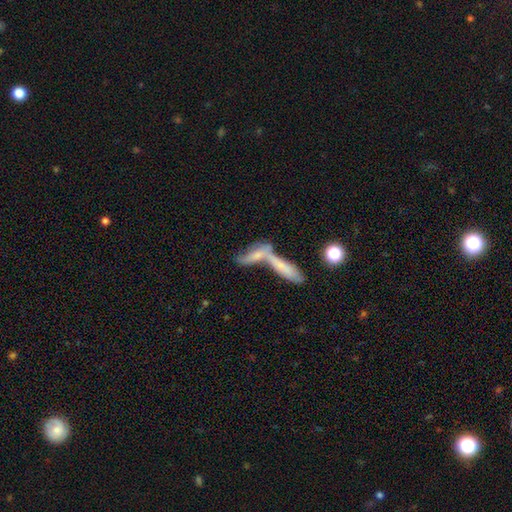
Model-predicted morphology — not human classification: smooth-or-featured: smooth: 57% | featured or disk: 34% | star or artifact: 9%
  how-rounded: cigar-shaped: 64% | in between: 34% | round: 3%
  merging: merger: 67% | none: 20% | minor disturbance: 8% | major disturbance: 6%